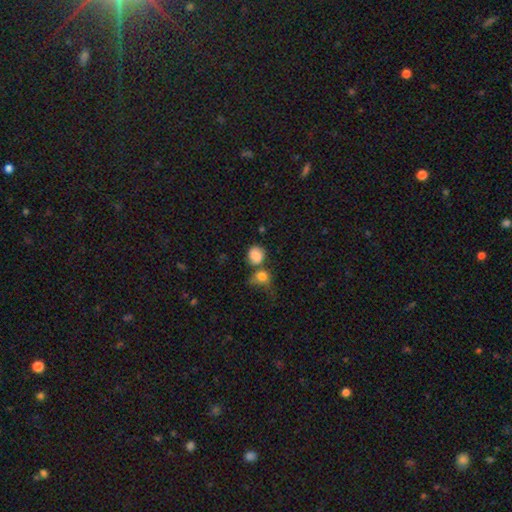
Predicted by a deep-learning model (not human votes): A smooth galaxy with no disk features (83%) that is round (76%).

Vote fractions:
- Smooth or featured? smooth: 83% / star or artifact: 9% / featured or disk: 8%
- How rounded? round: 76% / in between: 23% / cigar-shaped: 1%
- Merging? none: 43% / merger: 36% / minor disturbance: 14% / major disturbance: 7%